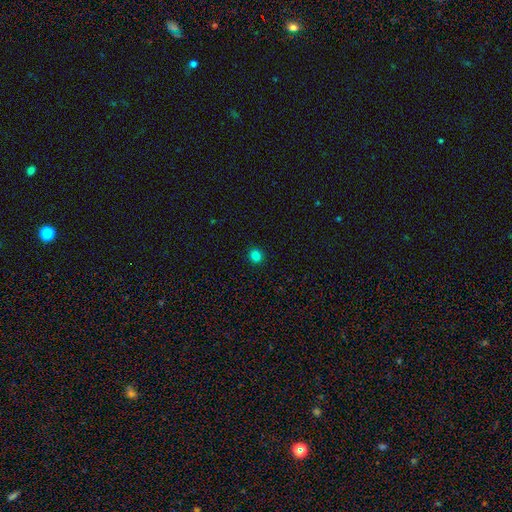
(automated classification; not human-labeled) Q: Smooth or featured?
A: smooth (83%); runner-up: star or artifact (14%)
Q: How rounded?
A: round (88%); runner-up: in between (11%)
Q: Merging?
A: none (93%); runner-up: minor disturbance (5%)